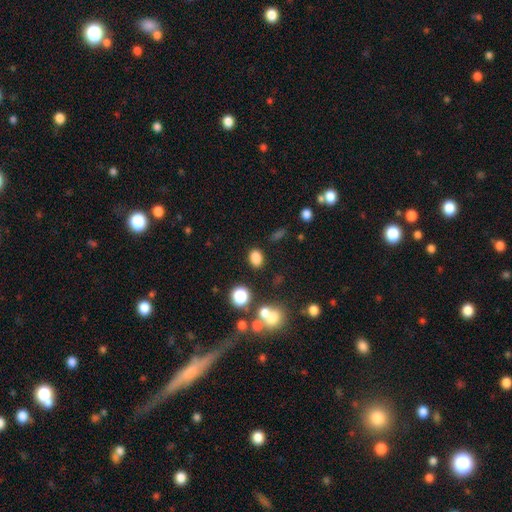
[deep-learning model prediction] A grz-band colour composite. It shows a smooth galaxy with no disk features (80%) that is in between round and cigar-shaped (68%). Merging: none (81%).